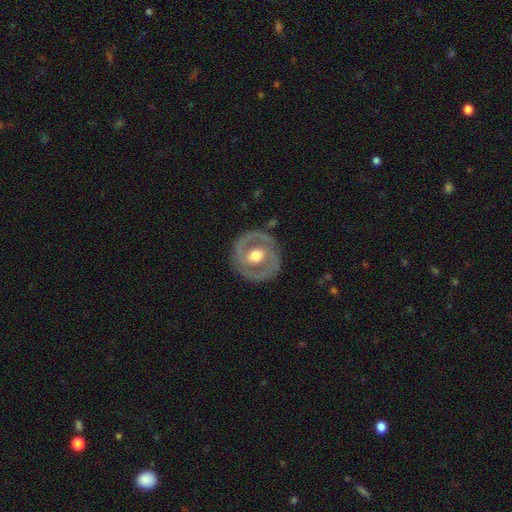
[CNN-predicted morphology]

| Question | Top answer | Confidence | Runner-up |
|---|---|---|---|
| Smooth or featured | featured or disk | 69% | smooth (27%) |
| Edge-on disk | no | 96% | yes (4%) |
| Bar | no | 54% | weak (32%) |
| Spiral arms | no | 54% | yes (46%) |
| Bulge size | moderate | 71% | large (21%) |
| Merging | none | 82% | minor disturbance (12%) |